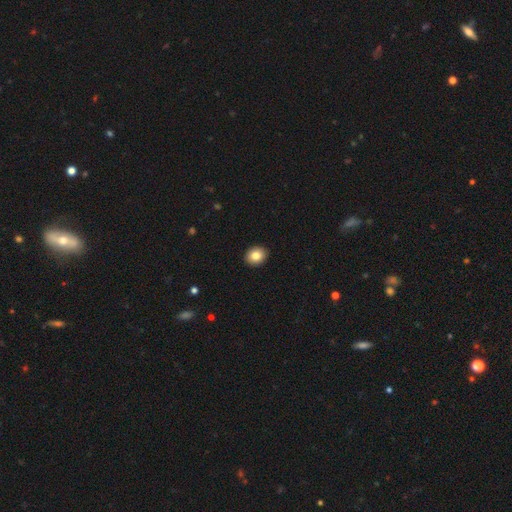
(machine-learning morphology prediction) The model was most divided on "how rounded": round: 55%, in between: 44%, cigar-shaped: 1%. More confident: merging — none (92%); smooth or featured — smooth (83%).